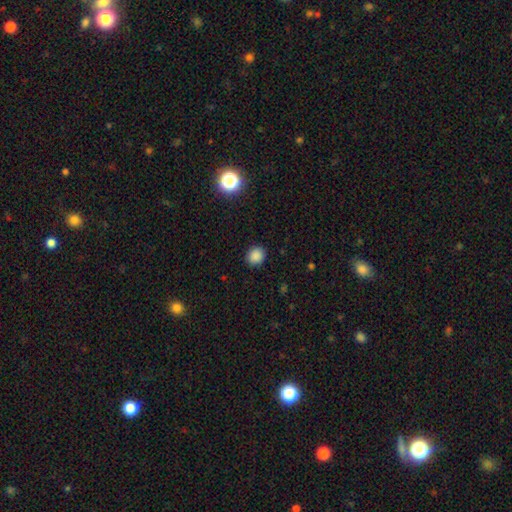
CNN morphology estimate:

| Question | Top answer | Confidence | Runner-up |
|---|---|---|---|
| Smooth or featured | smooth | 86% | star or artifact (11%) |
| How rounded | round | 75% | in between (24%) |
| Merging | none | 89% | minor disturbance (7%) |